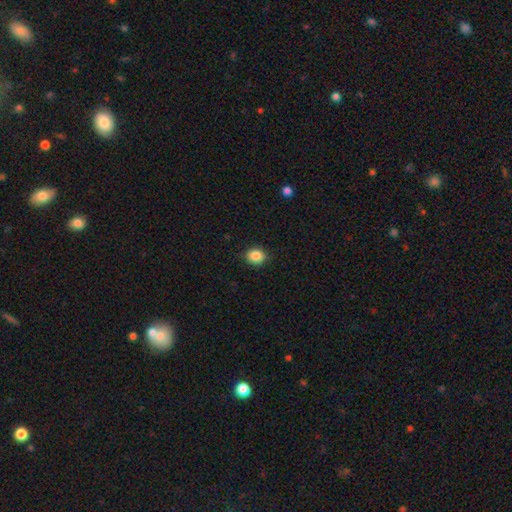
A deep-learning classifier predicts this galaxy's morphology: The model was most divided on "how rounded": round: 73%, in between: 26%, cigar-shaped: 1%. More confident: merging — none (88%); smooth or featured — smooth (86%).